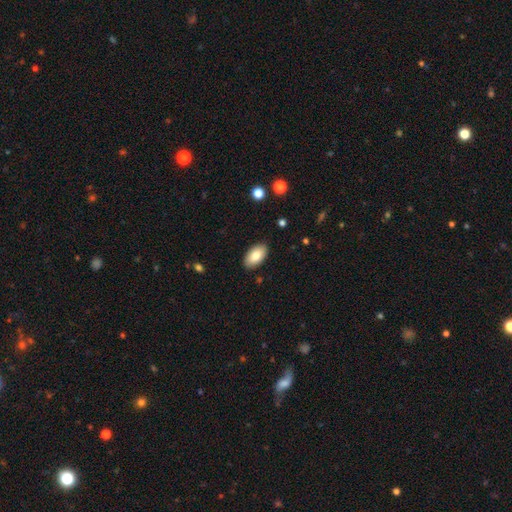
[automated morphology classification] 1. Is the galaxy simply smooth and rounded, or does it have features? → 82% smooth, 12% featured or disk, 6% star or artifact.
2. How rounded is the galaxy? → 95% in between, 3% round, 2% cigar-shaped.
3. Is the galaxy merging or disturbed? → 88% none, 9% minor disturbance, 2% major disturbance, 1% merger.